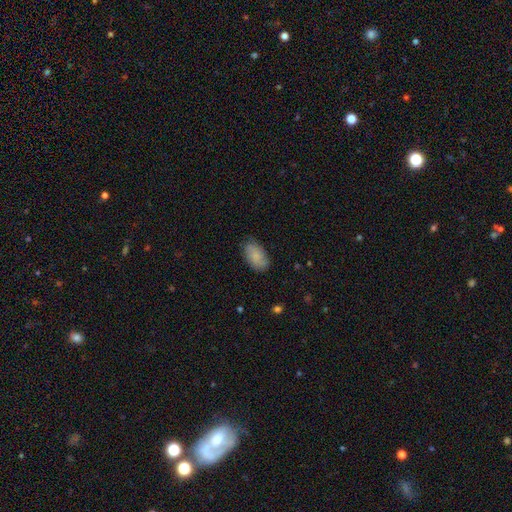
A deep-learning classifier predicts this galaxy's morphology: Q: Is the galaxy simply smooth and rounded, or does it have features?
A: smooth — 80%.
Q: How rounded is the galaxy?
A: in between — 93%.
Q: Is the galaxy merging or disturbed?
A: none — 78%.